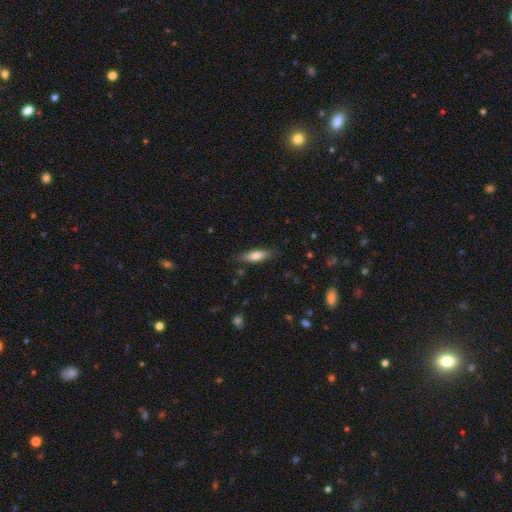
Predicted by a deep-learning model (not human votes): Smooth or featured? Predicted: smooth (p=0.71). How rounded? Predicted: cigar-shaped (p=0.51). Merging? Predicted: none (p=0.80).